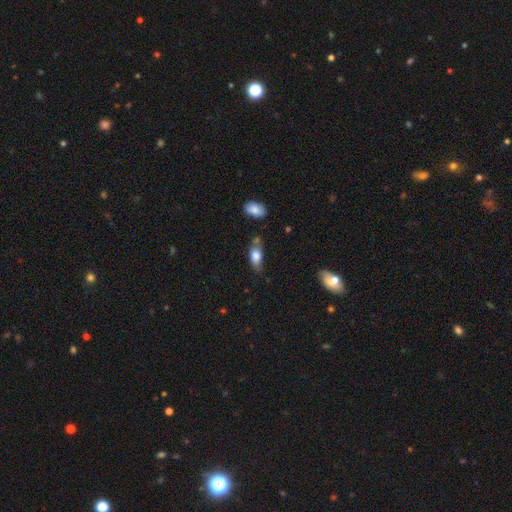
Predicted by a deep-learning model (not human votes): This is likely a smooth galaxy (79%). How rounded: clearly in between (86%). Merging: possibly none (47%).